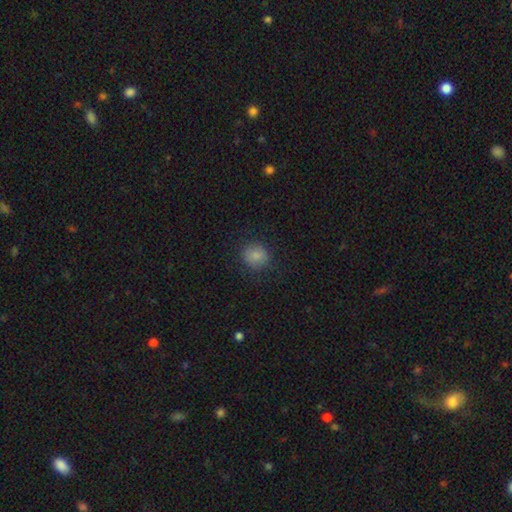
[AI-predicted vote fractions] This appears to be a smooth galaxy with no disk features (84%) that is round (85%). Merging: none (82%).